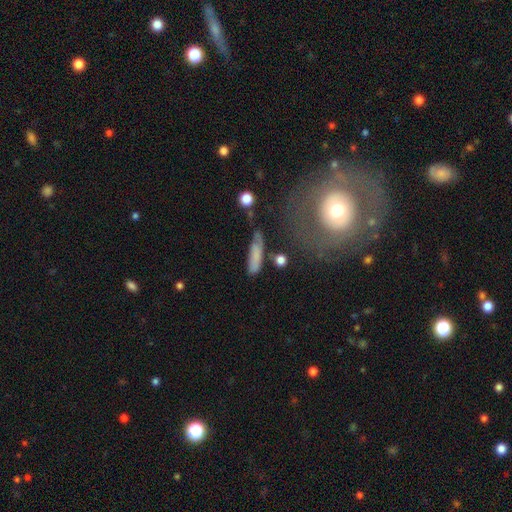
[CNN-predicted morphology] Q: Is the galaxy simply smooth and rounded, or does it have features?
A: smooth — 67%.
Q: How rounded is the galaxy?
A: cigar-shaped — 75%.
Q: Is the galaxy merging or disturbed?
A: none — 53%.